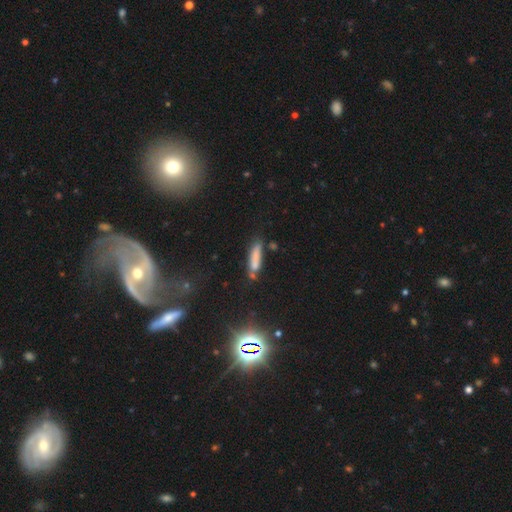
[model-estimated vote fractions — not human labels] Smooth or featured?
  - smooth: 74% *
  - featured or disk: 16%
  - star or artifact: 10%
How rounded?
  - cigar-shaped: 78% *
  - in between: 20%
  - round: 2%
Merging?
  - none: 59% *
  - minor disturbance: 22%
  - merger: 12%
  - major disturbance: 7%